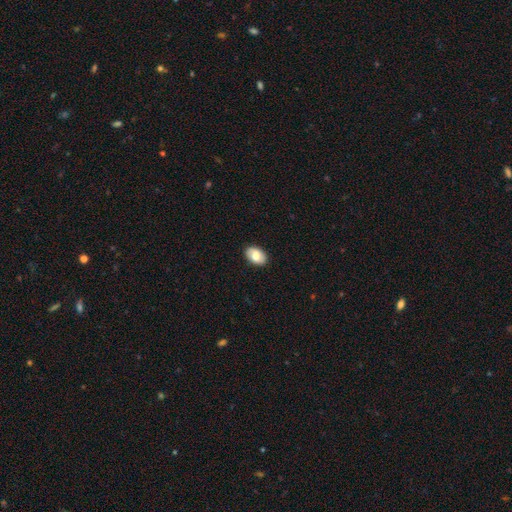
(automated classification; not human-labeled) Smooth or featured: smooth — 72% (featured or disk — 21%)
How rounded: in between — 90% (round — 9%)
Merging: none — 87% (minor disturbance — 10%)